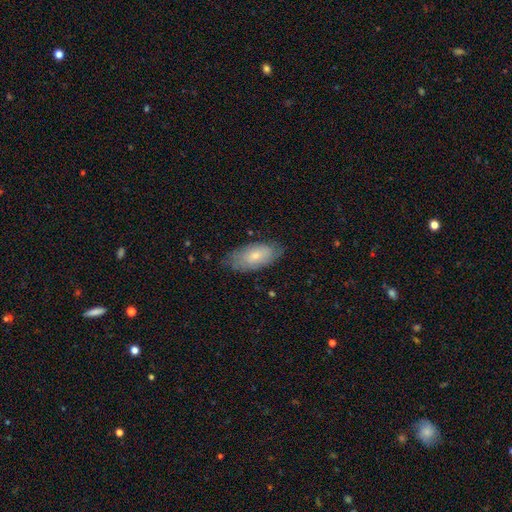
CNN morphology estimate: Q: Smooth or featured?
A: smooth (62%); runner-up: featured or disk (31%)
Q: How rounded?
A: in between (91%); runner-up: cigar-shaped (7%)
Q: Merging?
A: none (74%); runner-up: minor disturbance (21%)